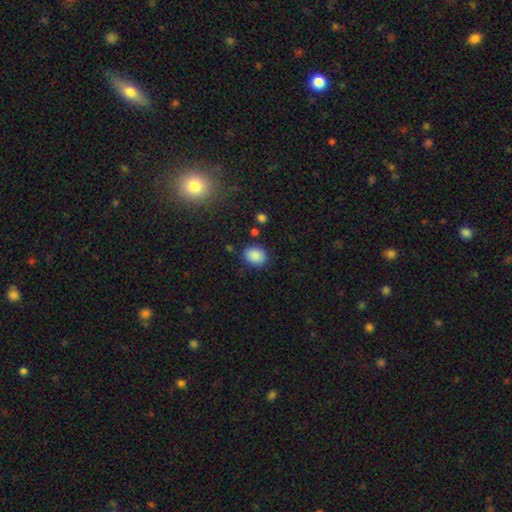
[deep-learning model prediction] This appears to be a smooth galaxy with no disk features (87%) that is round (54%). Merging: none (81%).